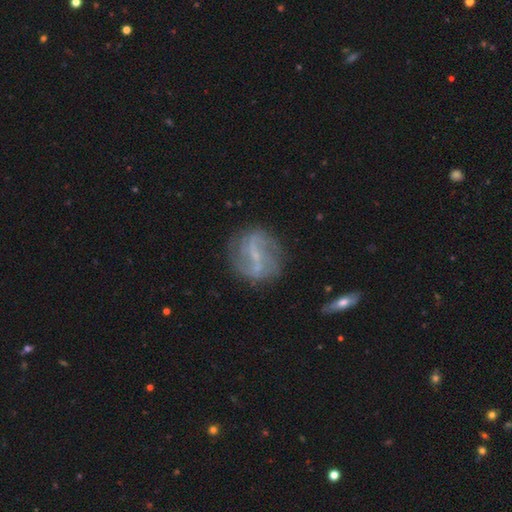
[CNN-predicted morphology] Smooth or featured? Predicted: featured or disk (p=0.81). Edge-on disk? Predicted: no (p=0.95). Bar? Predicted: weak (p=0.43). Spiral arms? Predicted: yes (p=0.89). Spiral winding? Predicted: loose (p=0.51). Spiral arm count? Predicted: 2 (p=0.76). Bulge size? Predicted: small (p=0.71). Merging? Predicted: none (p=0.76).